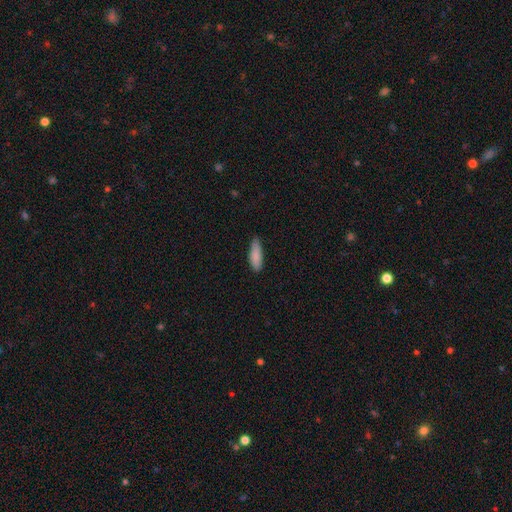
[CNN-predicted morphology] smooth-or-featured: smooth: 87% | featured or disk: 6% | star or artifact: 6%
  how-rounded: in between: 52% | cigar-shaped: 46% | round: 2%
  merging: none: 74% | minor disturbance: 22% | major disturbance: 3% | merger: 1%